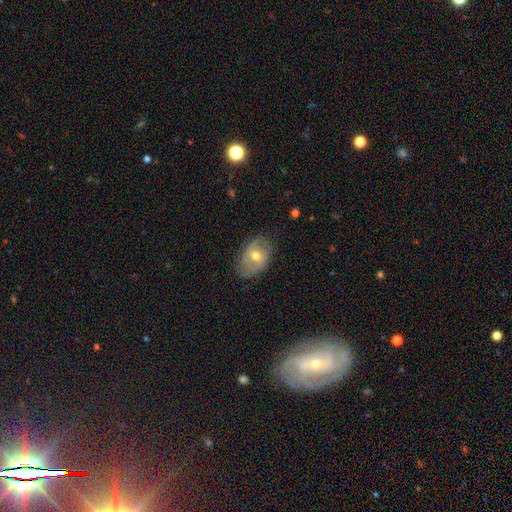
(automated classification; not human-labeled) Smooth or featured: featured or disk — 51% (smooth — 42%)
Edge-on disk: no — 93% (yes — 7%)
Merging: none — 71% (minor disturbance — 22%)